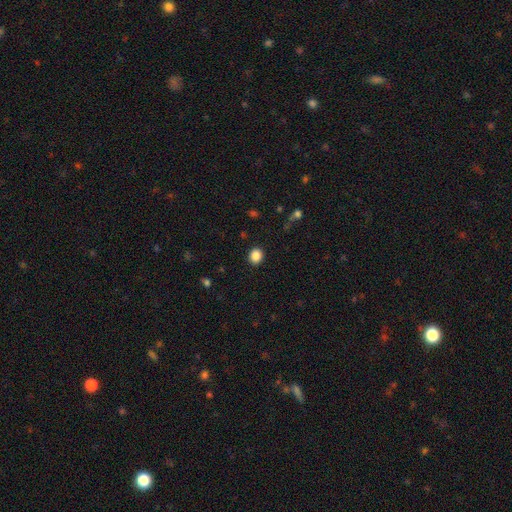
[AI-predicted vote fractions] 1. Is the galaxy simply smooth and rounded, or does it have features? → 87% smooth, 9% star or artifact, 3% featured or disk.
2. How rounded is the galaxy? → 67% round, 32% in between, 1% cigar-shaped.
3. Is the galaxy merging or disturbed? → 90% none, 6% minor disturbance, 2% major disturbance, 1% merger.